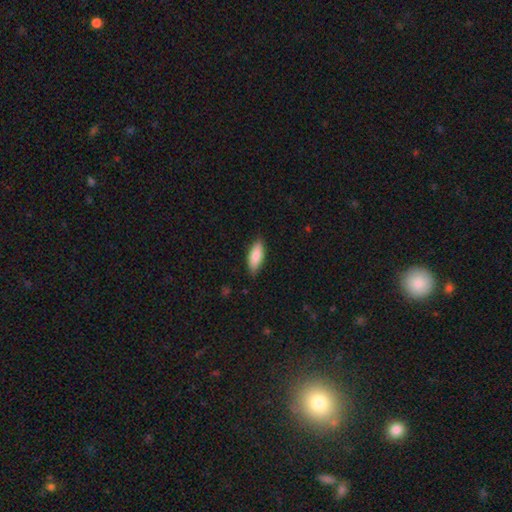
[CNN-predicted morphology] A smooth galaxy with no disk features (84%) that is in between round and cigar-shaped (75%). Merging: none (83%).